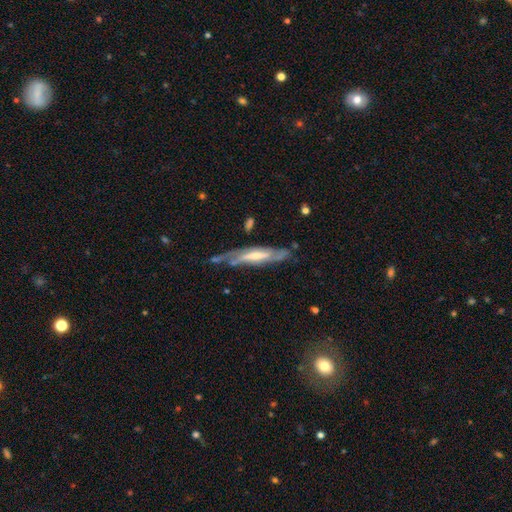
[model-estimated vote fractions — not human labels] featured or disk 79%, smooth 15%, star or artifact 6%. Down the decision tree: edge-on disk — no (60%); merging — none (61%).